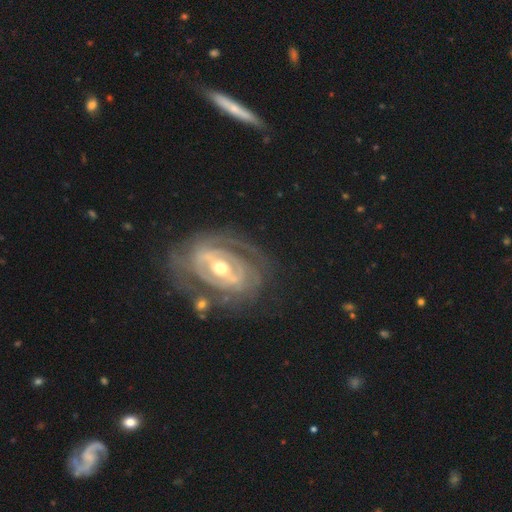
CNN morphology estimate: The model was most divided on "bar": strong: 40%, weak: 34%, no: 26%. Remaining: edge-on disk — no (93%); smooth or featured — featured or disk (82%); spiral arms — yes (73%); merging — none (68%); spiral winding — tight (60%); bulge size — moderate (59%); spiral arm count — 2 (42%).